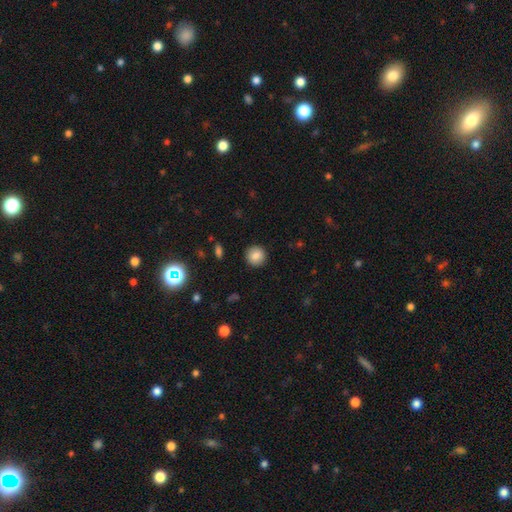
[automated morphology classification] This is clearly a smooth galaxy (85%). How rounded: clearly round (91%). Merging: clearly none (91%).